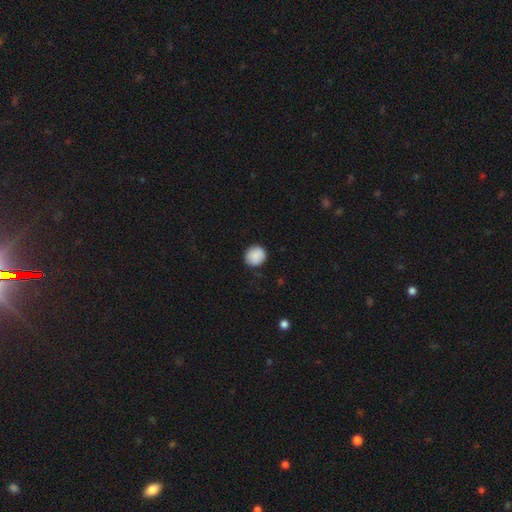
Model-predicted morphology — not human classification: Smooth or featured: smooth — 89% (star or artifact — 8%)
How rounded: round — 87% (in between — 12%)
Merging: none — 85% (minor disturbance — 11%)